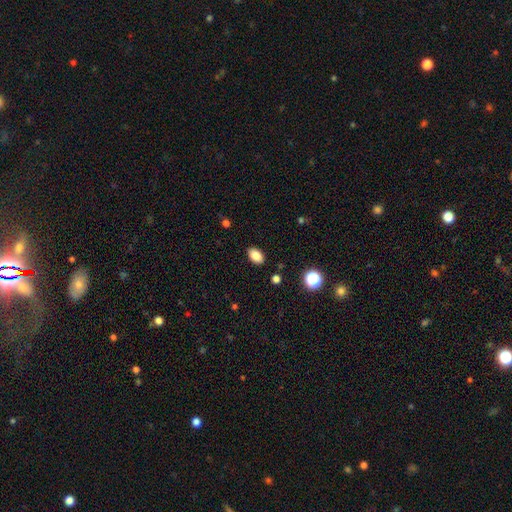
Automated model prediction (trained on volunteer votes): Overall: smooth (84%). How rounded: in between (89%). Merging: none (89%).